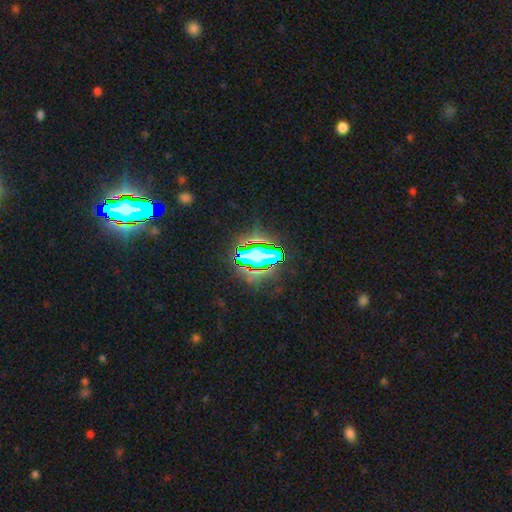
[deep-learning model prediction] Morphology: type=star or artifact (67%).